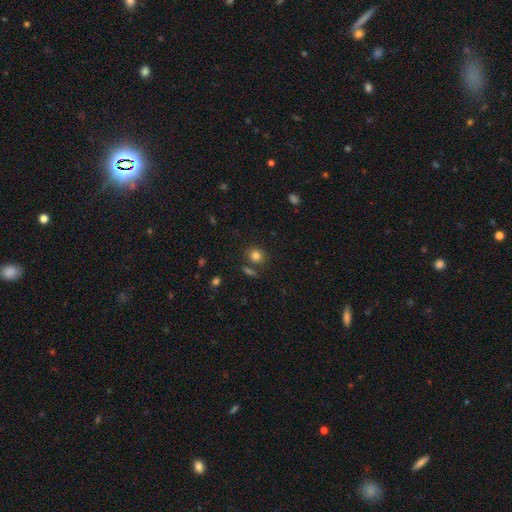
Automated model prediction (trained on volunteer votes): smooth-or-featured: smooth: 82% | star or artifact: 12% | featured or disk: 6%
  how-rounded: round: 74% | in between: 25% | cigar-shaped: 1%
  merging: none: 76% | minor disturbance: 10% | merger: 10% | major disturbance: 4%